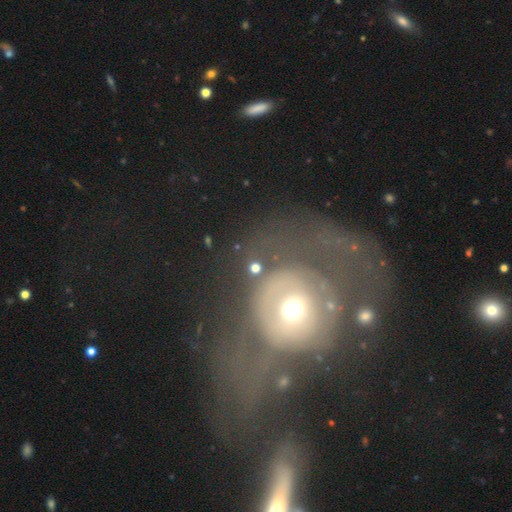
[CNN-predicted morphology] featured or disk 51%, smooth 34%, star or artifact 14%. Down the decision tree: edge-on disk — no (94%); merging — major disturbance (47%).